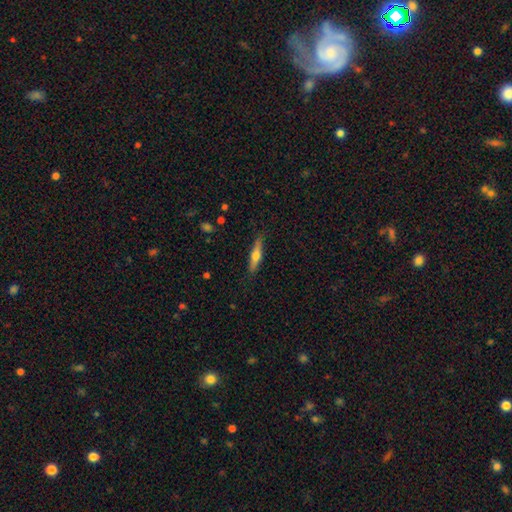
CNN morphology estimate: A smooth galaxy with no disk features (47%, tied with featured or disk).

Vote fractions:
- Smooth or featured? smooth: 47% (tied) / featured or disk: 47% (tied) / star or artifact: 6%
- Merging? none: 85% / minor disturbance: 11% / major disturbance: 2% / merger: 1%